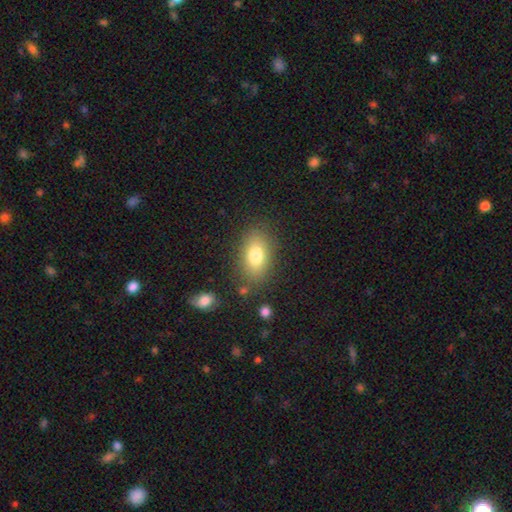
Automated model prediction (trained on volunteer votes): Q: Smooth or featured?
A: smooth (77%); runner-up: featured or disk (14%)
Q: How rounded?
A: in between (88%); runner-up: round (9%)
Q: Merging?
A: none (80%); runner-up: minor disturbance (12%)